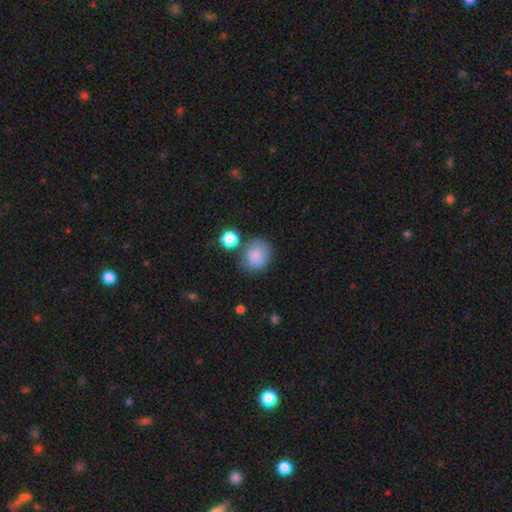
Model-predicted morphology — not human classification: smooth_or_featured: smooth (p=0.81) [alt: featured or disk p=0.10]
how_rounded: round (p=0.71) [alt: in between p=0.28]
merging: none (p=0.62) [alt: minor disturbance p=0.20]